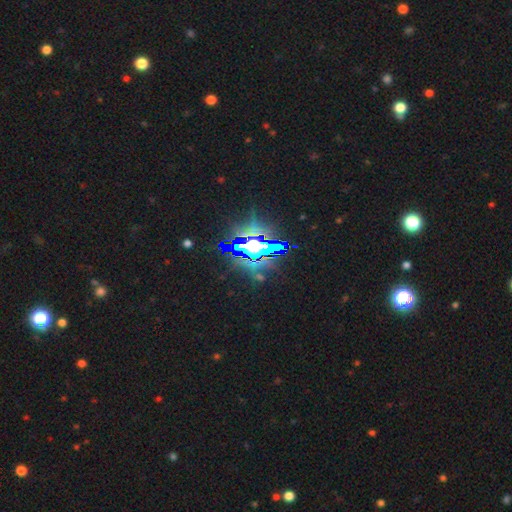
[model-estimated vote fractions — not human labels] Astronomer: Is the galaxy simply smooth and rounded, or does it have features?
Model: star or artifact — 83%.